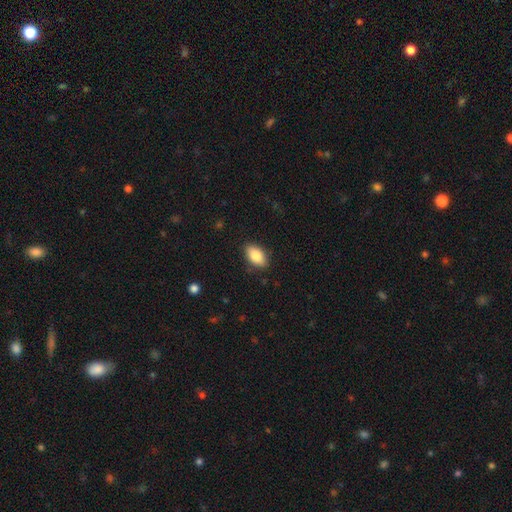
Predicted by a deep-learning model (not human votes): smooth-or-featured: smooth: 83% | featured or disk: 10% | star or artifact: 7%
  how-rounded: in between: 91% | round: 5% | cigar-shaped: 3%
  merging: none: 87% | minor disturbance: 10% | major disturbance: 2% | merger: 1%